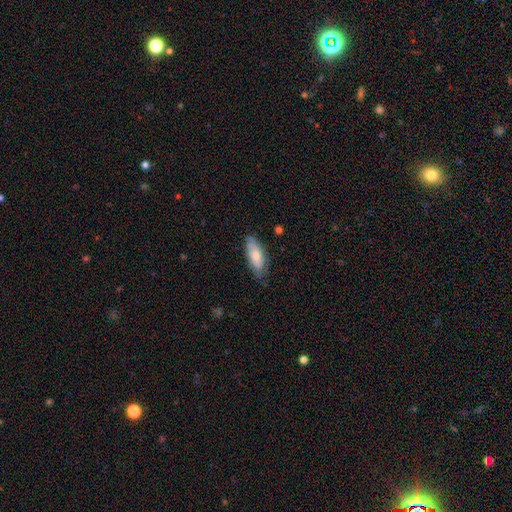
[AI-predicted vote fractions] smooth-or-featured: smooth: 72% | featured or disk: 22% | star or artifact: 6%
  how-rounded: in between: 77% | cigar-shaped: 21% | round: 2%
  merging: none: 68% | minor disturbance: 26% | major disturbance: 5% | merger: 1%